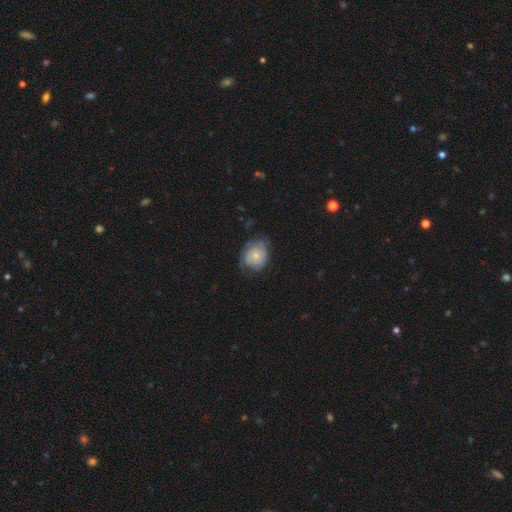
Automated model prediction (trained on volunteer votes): This is likely a smooth galaxy (60%). How rounded: likely round (64%). Merging: possibly none (55%).